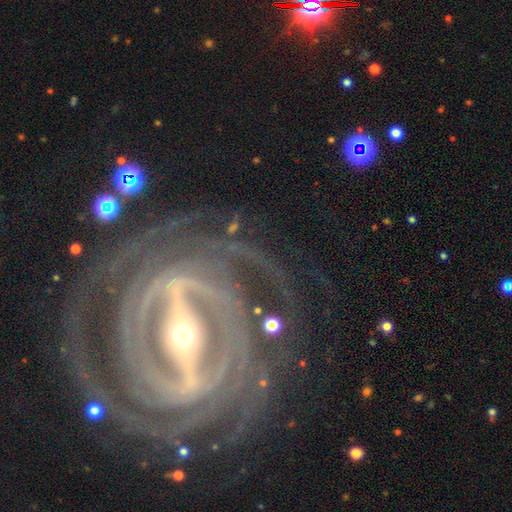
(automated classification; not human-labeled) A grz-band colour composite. It shows a featured or disk galaxy (92%) with a strong bar (85%), 4 (22%) tight (77%) spiral arms (96%) and a small central bulge (62%). Merging: none (78%).